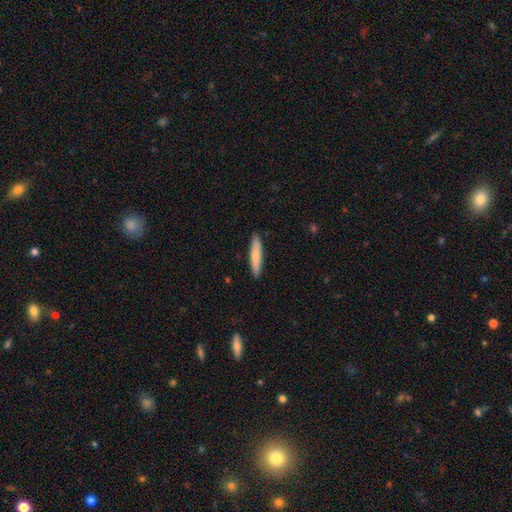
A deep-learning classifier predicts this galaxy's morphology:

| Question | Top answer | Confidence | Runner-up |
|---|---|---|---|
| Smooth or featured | smooth | 74% | featured or disk (21%) |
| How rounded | cigar-shaped | 89% | in between (10%) |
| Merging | none | 91% | minor disturbance (7%) |